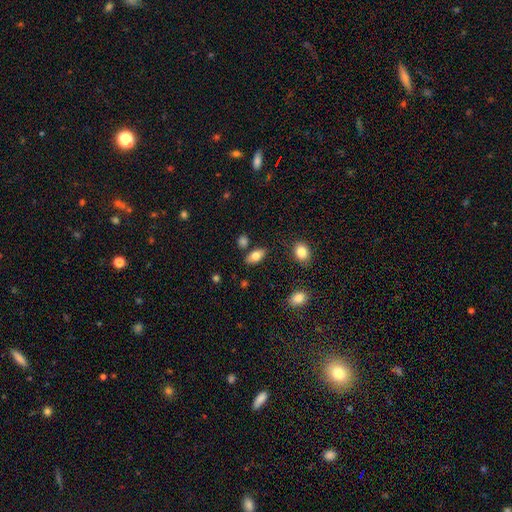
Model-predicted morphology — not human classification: Q: Smooth or featured?
A: smooth (78%); runner-up: featured or disk (14%)
Q: How rounded?
A: in between (89%); runner-up: cigar-shaped (6%)
Q: Merging?
A: none (79%); runner-up: minor disturbance (12%)